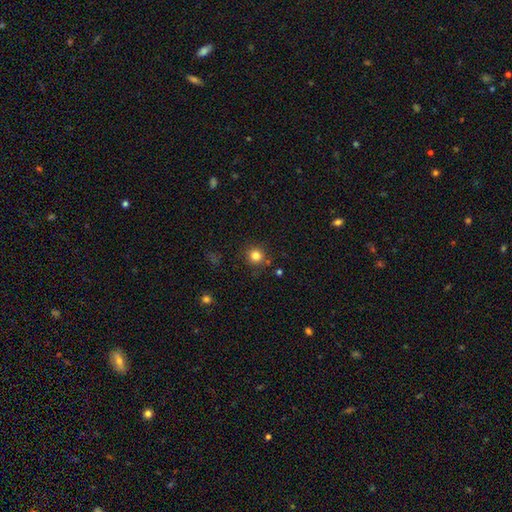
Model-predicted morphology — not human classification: smooth 82%, star or artifact 13%, featured or disk 5%. Down the decision tree: how rounded — round (93%); merging — none (85%).